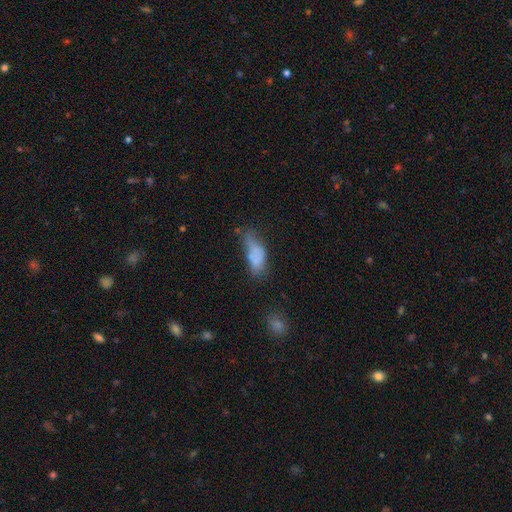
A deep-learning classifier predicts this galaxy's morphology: Smooth or featured? Predicted: smooth (p=0.65). How rounded? Predicted: in between (p=0.77). Merging? Predicted: major disturbance (p=0.32).